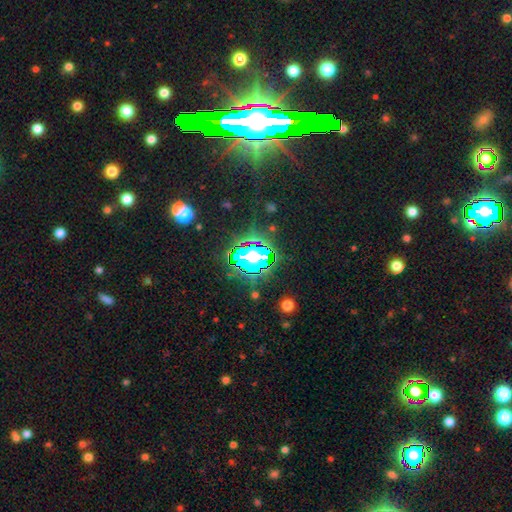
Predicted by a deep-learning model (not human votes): Smooth or featured: star or artifact — 66% (smooth — 21%)